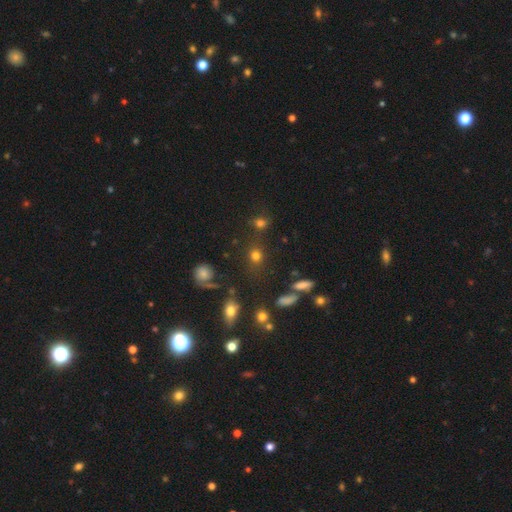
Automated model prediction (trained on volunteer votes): The model was most divided on "how rounded": round: 76%, in between: 22%, cigar-shaped: 2%. More confident: smooth or featured — smooth (76%); merging — none (73%).